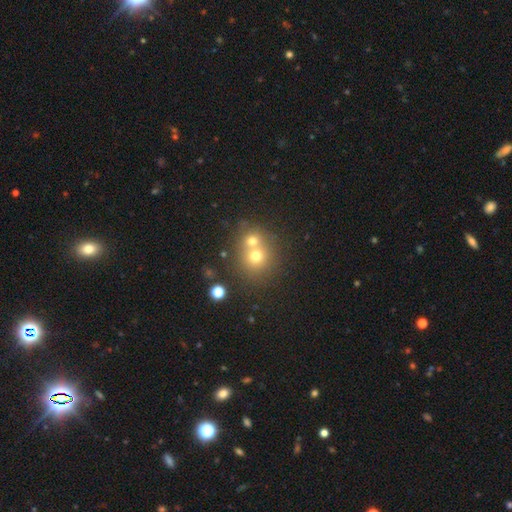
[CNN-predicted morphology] A smooth galaxy with no disk features (67%) that is round (84%). Merging: merger (52%).